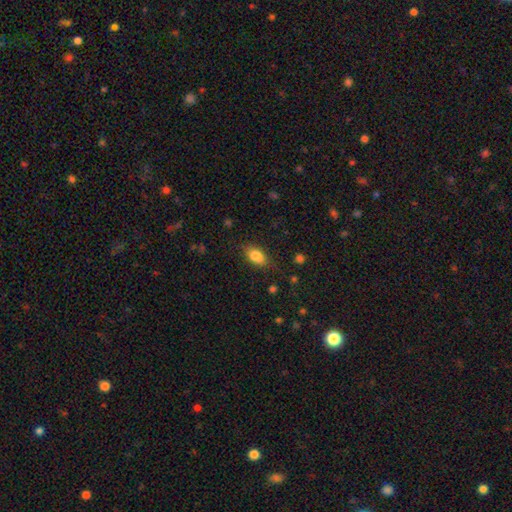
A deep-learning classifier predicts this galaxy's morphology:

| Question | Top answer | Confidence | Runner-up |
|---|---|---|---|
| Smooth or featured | smooth | 81% | featured or disk (10%) |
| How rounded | in between | 84% | round (11%) |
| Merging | none | 65% | minor disturbance (23%) |